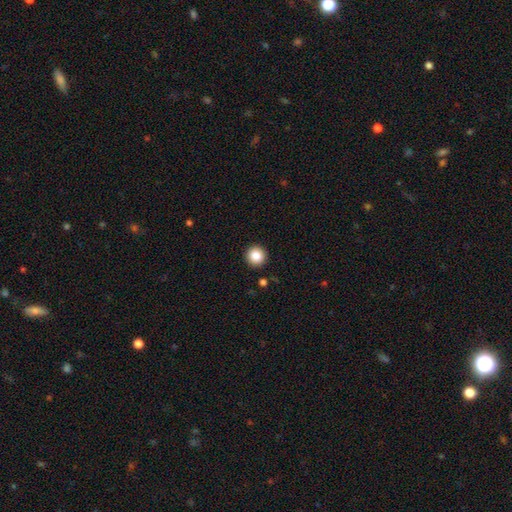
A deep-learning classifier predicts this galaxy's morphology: Overall: smooth (87%). How rounded: round (96%). Merging: none (93%).